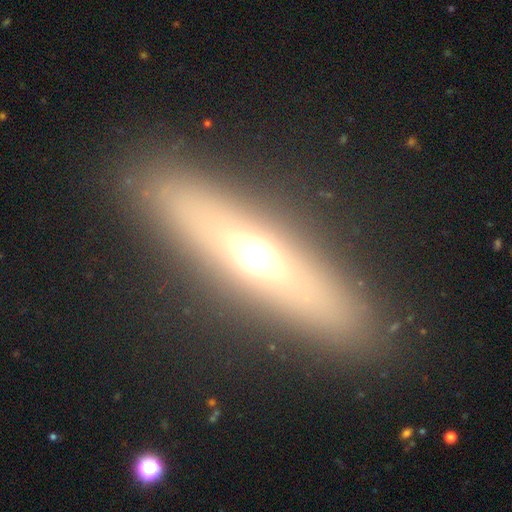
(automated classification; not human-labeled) Smooth or featured: featured or disk — 47% (smooth — 41%)
Merging: none — 88% (minor disturbance — 7%)